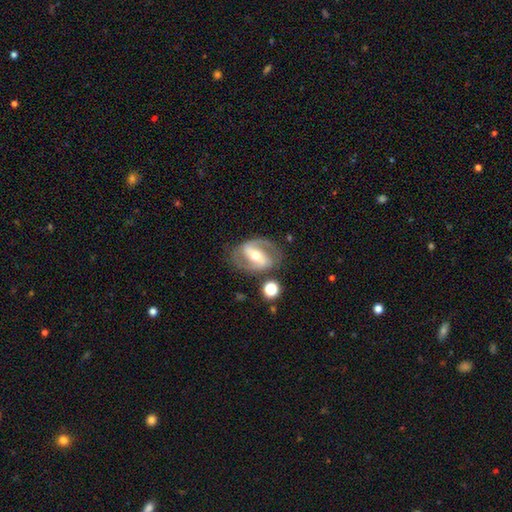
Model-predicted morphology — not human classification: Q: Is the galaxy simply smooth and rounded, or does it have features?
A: featured or disk — 85%.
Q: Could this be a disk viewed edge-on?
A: no — 96%.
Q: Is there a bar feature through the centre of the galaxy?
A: strong — 61%.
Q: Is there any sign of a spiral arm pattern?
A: yes — 90%.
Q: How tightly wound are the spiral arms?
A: medium — 51%.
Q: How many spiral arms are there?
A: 2 — 88%.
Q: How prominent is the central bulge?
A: moderate — 61%.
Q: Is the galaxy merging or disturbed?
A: none — 78%.